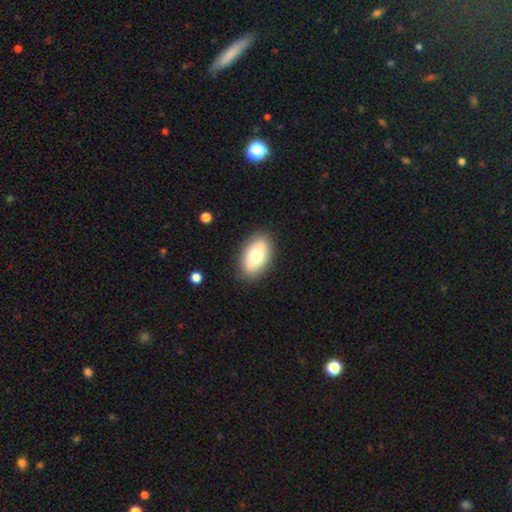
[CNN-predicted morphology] smooth_or_featured: smooth (p=0.73) [alt: featured or disk p=0.20]
how_rounded: in between (p=0.92) [alt: round p=0.07]
merging: none (p=0.87) [alt: minor disturbance p=0.09]